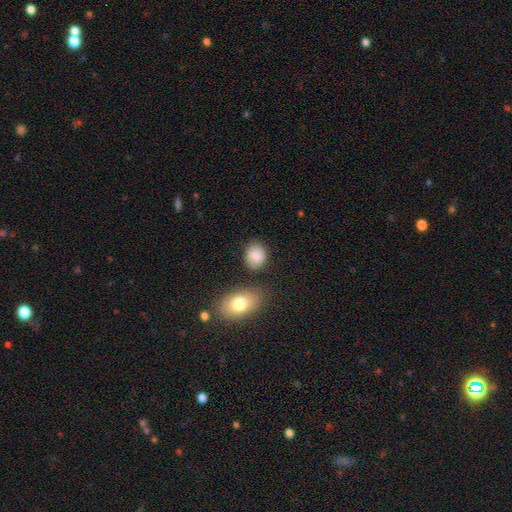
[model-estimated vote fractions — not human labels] Smooth or featured?
  - smooth: 87% *
  - star or artifact: 7%
  - featured or disk: 6%
How rounded?
  - in between: 52% *
  - round: 47%
  - cigar-shaped: 1%
Merging?
  - none: 78% *
  - minor disturbance: 13%
  - merger: 5%
  - major disturbance: 4%